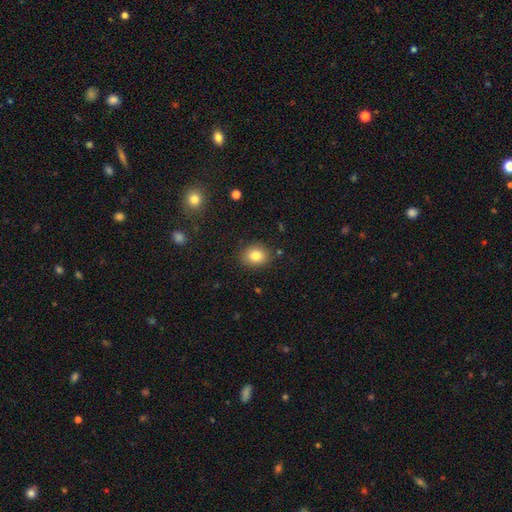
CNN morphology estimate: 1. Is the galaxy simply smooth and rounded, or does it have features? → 82% smooth, 10% star or artifact, 8% featured or disk.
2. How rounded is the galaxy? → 58% round, 41% in between, 1% cigar-shaped.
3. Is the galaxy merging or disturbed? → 88% none, 8% minor disturbance, 2% major disturbance, 2% merger.